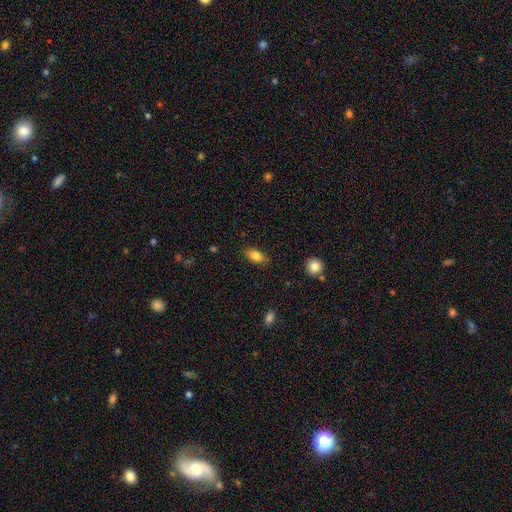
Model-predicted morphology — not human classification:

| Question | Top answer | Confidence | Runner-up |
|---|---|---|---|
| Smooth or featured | smooth | 83% | featured or disk (9%) |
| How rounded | in between | 87% | cigar-shaped (7%) |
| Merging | none | 85% | minor disturbance (11%) |